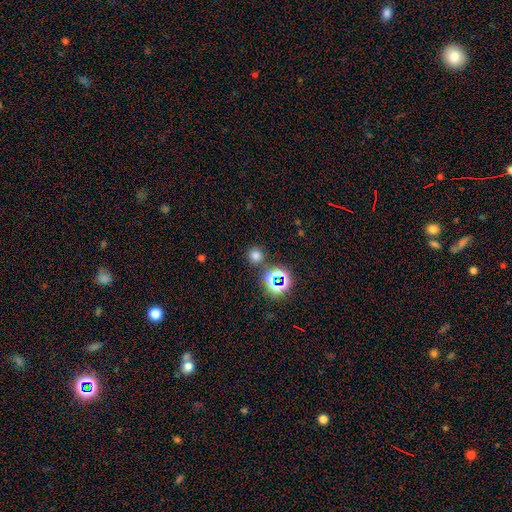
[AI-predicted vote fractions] This is likely a smooth galaxy (69%). How rounded: clearly round (92%). Merging: clearly none (83%).